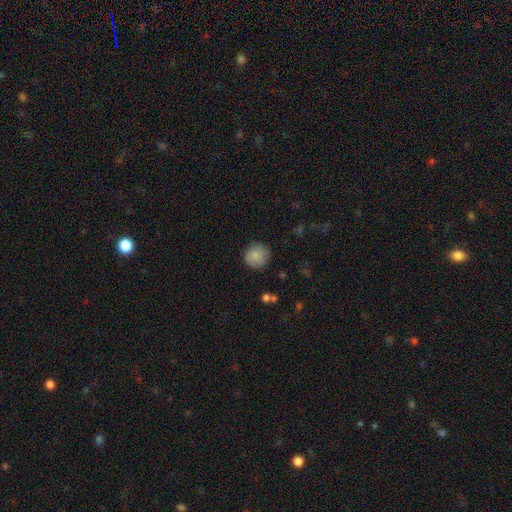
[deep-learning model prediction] Smooth or featured? smooth (85%)
How rounded? round (91%)
Merging? none (83%)